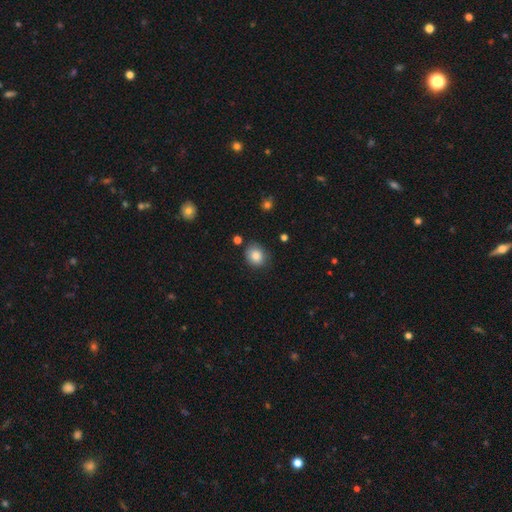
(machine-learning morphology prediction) A smooth galaxy with no disk features (85%) that is round (69%). Merging: none (76%).